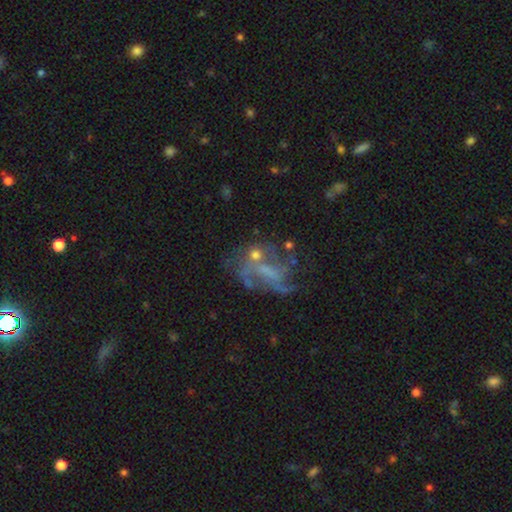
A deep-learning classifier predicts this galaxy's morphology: A featured or disk galaxy (61%) with no bar (66%), no spiral arms (52%) and no central bulge (44%).

Vote fractions:
- Smooth or featured? featured or disk: 61% / smooth: 22% / star or artifact: 16%
- Edge-on disk? no: 97% / yes: 3%
- Bar? no: 66% / weak: 26% / strong: 8%
- Spiral arms? no: 52% / yes: 48%
- Bulge size? none: 44% / small: 26% / moderate: 24% / large: 4% / dominant: 2%
- Merging? none: 36% / major disturbance: 34% / minor disturbance: 17% / merger: 13%